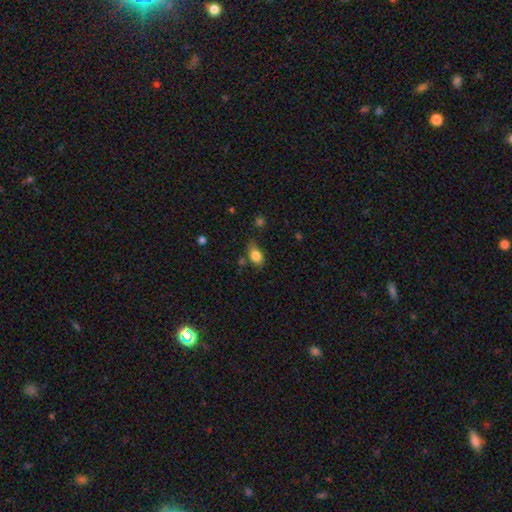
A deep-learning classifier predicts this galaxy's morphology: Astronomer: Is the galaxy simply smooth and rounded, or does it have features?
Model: smooth — 82%.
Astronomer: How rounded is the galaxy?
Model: in between — 84%.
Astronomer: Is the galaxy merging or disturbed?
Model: none — 66%.